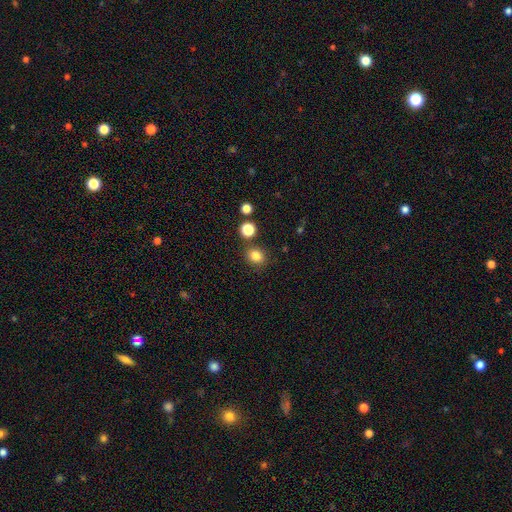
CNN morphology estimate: Smooth or featured: smooth — 83% (star or artifact — 12%)
How rounded: round — 62% (in between — 37%)
Merging: none — 81% (minor disturbance — 10%)